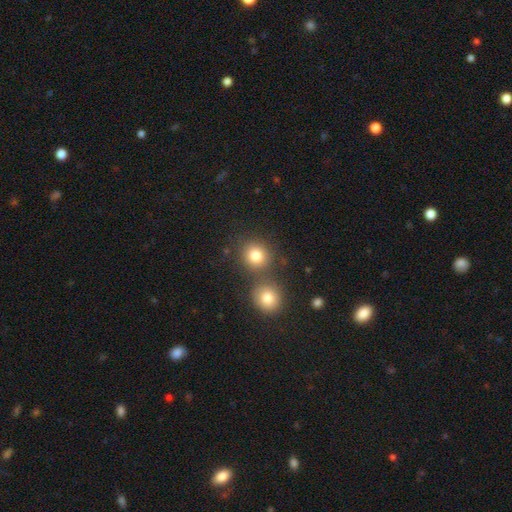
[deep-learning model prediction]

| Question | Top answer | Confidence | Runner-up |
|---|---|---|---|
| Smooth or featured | smooth | 81% | star or artifact (13%) |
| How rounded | round | 87% | in between (12%) |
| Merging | none | 66% | merger (24%) |